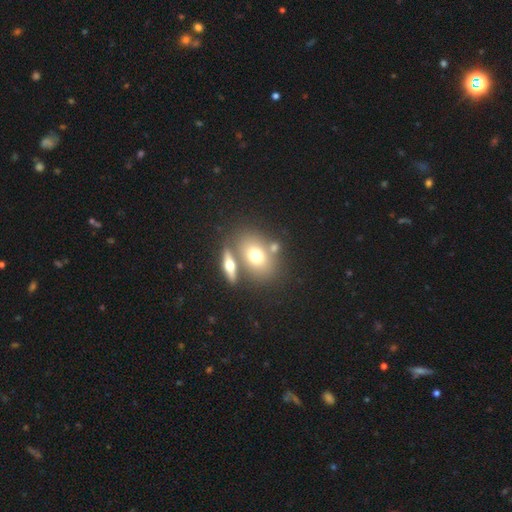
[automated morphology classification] Smooth or featured? Predicted: smooth (p=0.66). How rounded? Predicted: in between (p=0.72). Merging? Predicted: none (p=0.57).